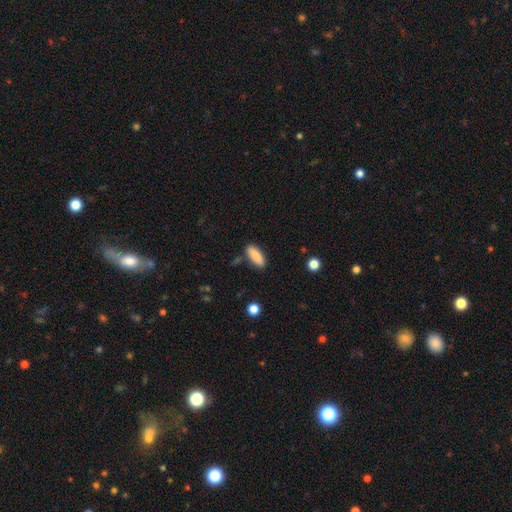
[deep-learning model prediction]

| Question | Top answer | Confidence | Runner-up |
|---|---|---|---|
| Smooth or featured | smooth | 87% | featured or disk (7%) |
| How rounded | in between | 65% | cigar-shaped (33%) |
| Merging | none | 84% | minor disturbance (11%) |